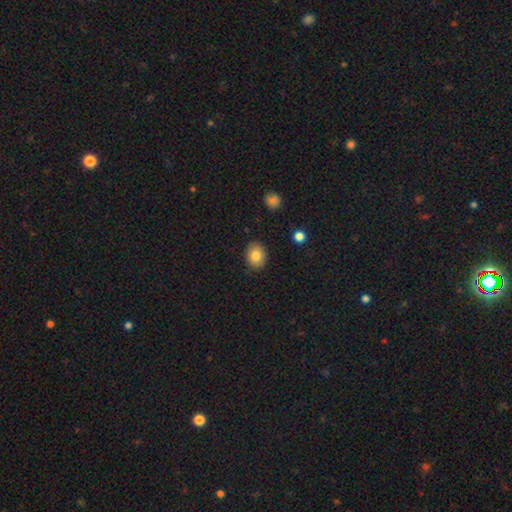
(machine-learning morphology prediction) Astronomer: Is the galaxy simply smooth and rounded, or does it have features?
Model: smooth — 82%.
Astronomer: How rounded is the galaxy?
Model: in between — 51% (runner-up: round, 48%).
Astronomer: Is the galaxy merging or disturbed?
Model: none — 88%.